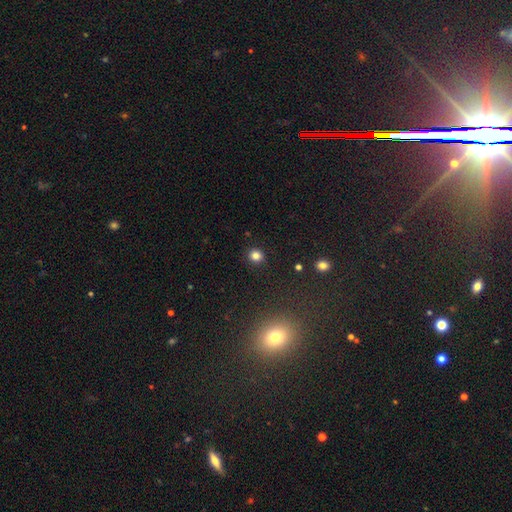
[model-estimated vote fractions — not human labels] Morphology: type=smooth (82%); roundness=round (84%); merging=none (90%).